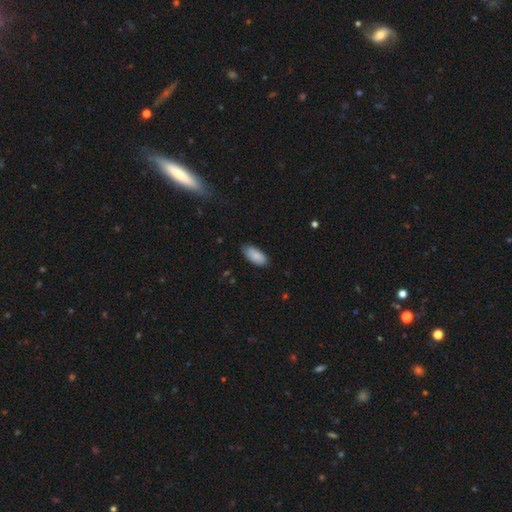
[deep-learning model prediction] A smooth galaxy with no disk features (87%) that is in between round and cigar-shaped (91%).

Vote fractions:
- Smooth or featured? smooth: 87% / featured or disk: 7% / star or artifact: 6%
- How rounded? in between: 91% / cigar-shaped: 7% / round: 2%
- Merging? none: 80% / minor disturbance: 16% / major disturbance: 2% / merger: 1%